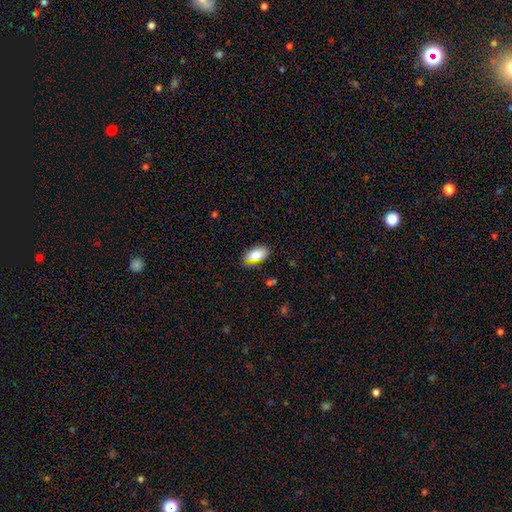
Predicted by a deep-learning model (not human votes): Smooth or featured: smooth — 82% (featured or disk — 9%)
How rounded: in between — 90% (cigar-shaped — 6%)
Merging: none — 74% (minor disturbance — 20%)